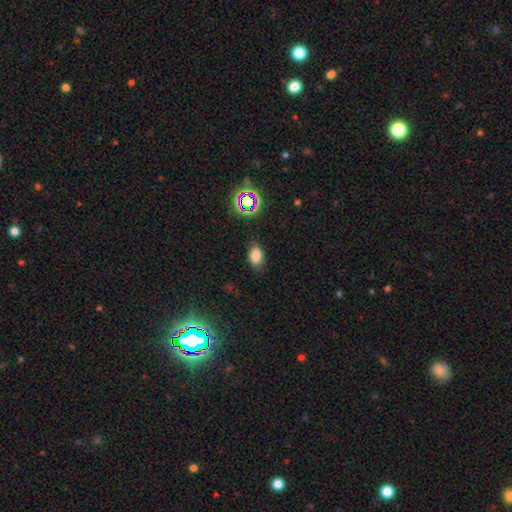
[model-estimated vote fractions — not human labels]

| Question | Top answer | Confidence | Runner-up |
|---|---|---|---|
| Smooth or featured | smooth | 77% | star or artifact (16%) |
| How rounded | in between | 85% | round (13%) |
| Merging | none | 81% | minor disturbance (14%) |